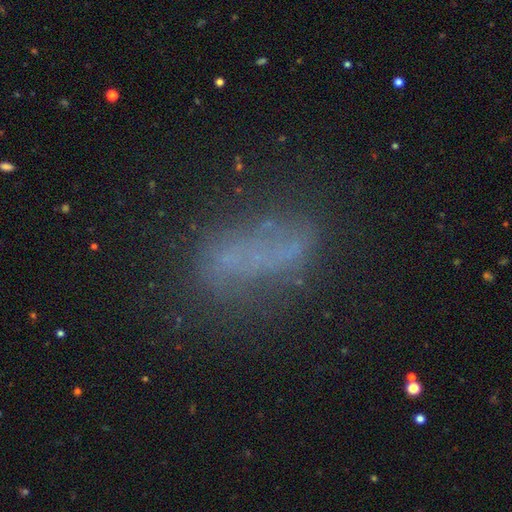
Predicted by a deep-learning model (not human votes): Smooth or featured: smooth — 44% (featured or disk — 34%)
Merging: none — 59% (minor disturbance — 20%)